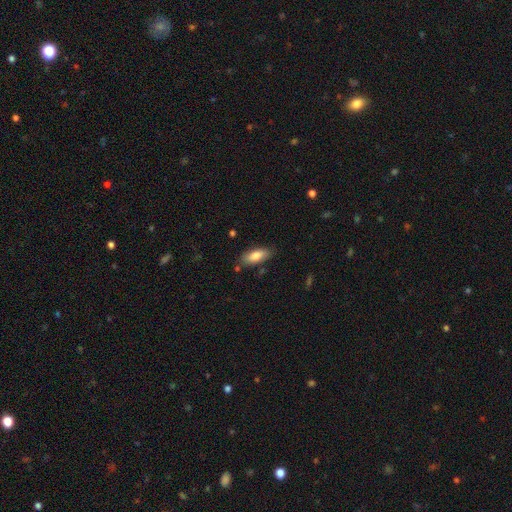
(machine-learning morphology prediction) A smooth galaxy with no disk features (81%) that is in between round and cigar-shaped (77%). Merging: none (80%).